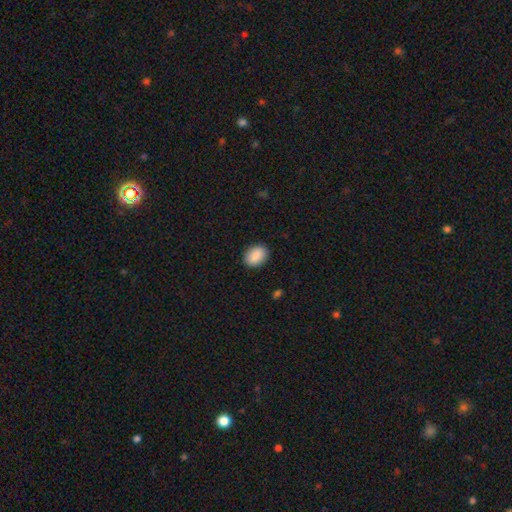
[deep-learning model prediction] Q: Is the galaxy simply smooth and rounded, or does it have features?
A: smooth — 90%.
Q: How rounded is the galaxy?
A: in between — 77%.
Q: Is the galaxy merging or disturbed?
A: none — 89%.